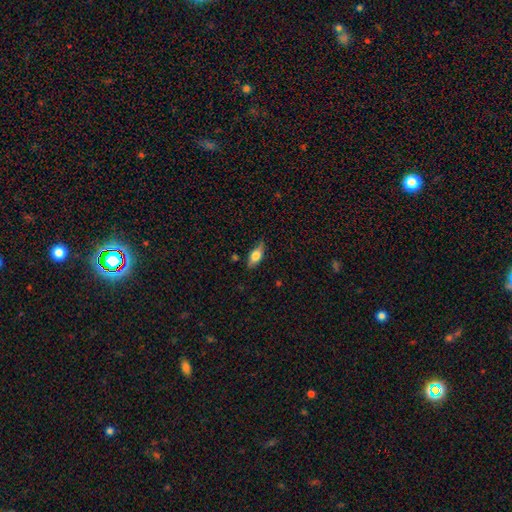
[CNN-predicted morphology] smooth-or-featured: smooth: 64% | featured or disk: 28% | star or artifact: 7%
  how-rounded: in between: 77% | cigar-shaped: 18% | round: 5%
  merging: none: 76% | minor disturbance: 18% | major disturbance: 4% | merger: 2%